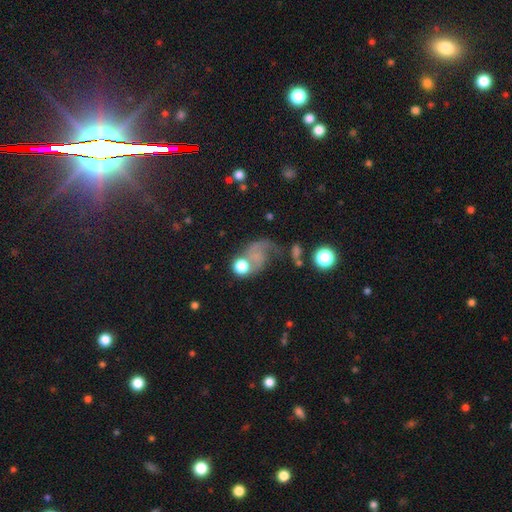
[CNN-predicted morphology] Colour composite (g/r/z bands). It shows a featured or disk galaxy (50%). Merging: major disturbance (37%).